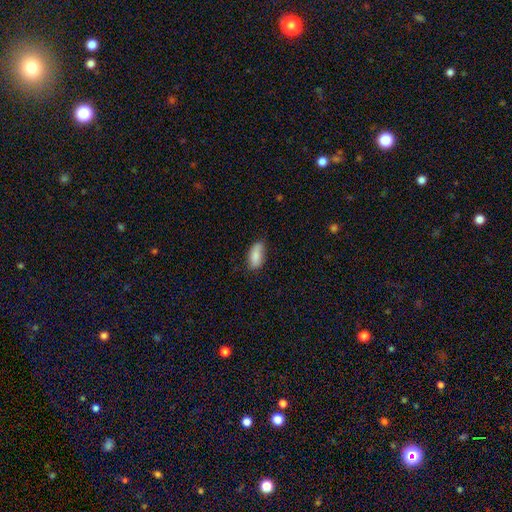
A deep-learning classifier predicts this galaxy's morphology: A smooth galaxy with no disk features (85%) that is in between round and cigar-shaped (87%). Merging: none (73%).